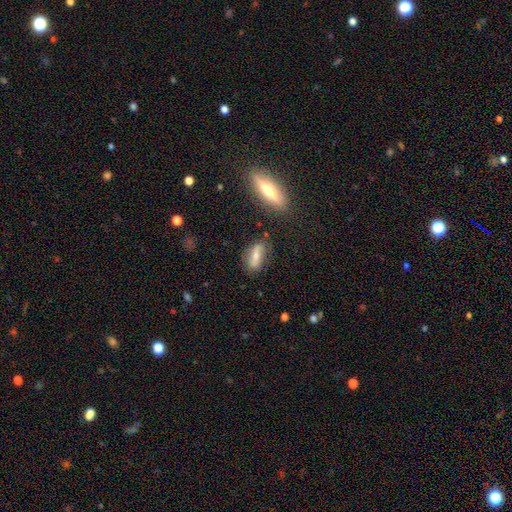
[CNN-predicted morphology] smooth_or_featured: smooth (p=0.54) [alt: featured or disk p=0.37]
how_rounded: in between (p=0.69) [alt: cigar-shaped p=0.26]
merging: none (p=0.71) [alt: minor disturbance p=0.19]